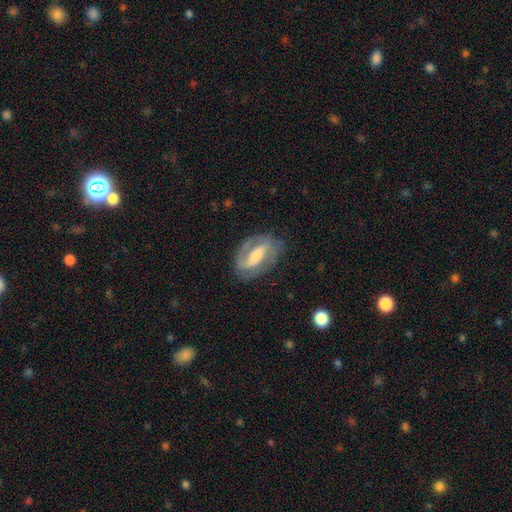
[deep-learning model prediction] Smooth or featured?
  - featured or disk: 81% *
  - smooth: 14%
  - star or artifact: 5%
Edge-on disk?
  - no: 95% *
  - yes: 5%
Bar?
  - strong: 50% *
  - weak: 35%
  - no: 15%
Spiral arms?
  - yes: 89% *
  - no: 11%
Spiral winding?
  - medium: 46% *
  - tight: 34%
  - loose: 20%
Spiral arm count?
  - 2: 82% *
  - 1: 7%
  - can't tell: 7%
  - 3: 1%
  - 4: 1%
  - more than 4: 1%
Bulge size?
  - moderate: 53% *
  - small: 34%
  - large: 8%
  - none: 3%
  - dominant: 1%
Merging?
  - none: 77% *
  - minor disturbance: 15%
  - major disturbance: 6%
  - merger: 1%